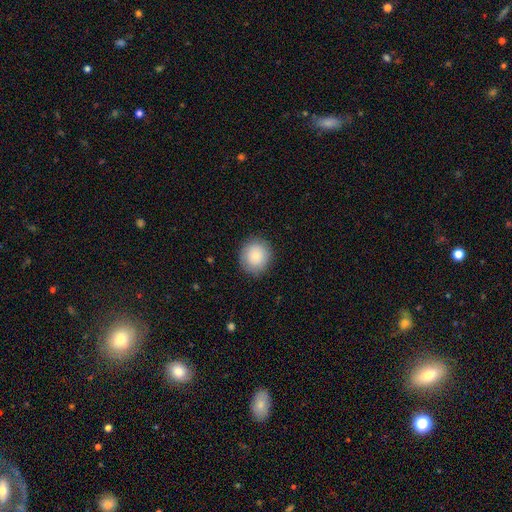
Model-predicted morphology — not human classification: This is clearly a smooth galaxy (83%). How rounded: clearly round (88%). Merging: clearly none (88%).